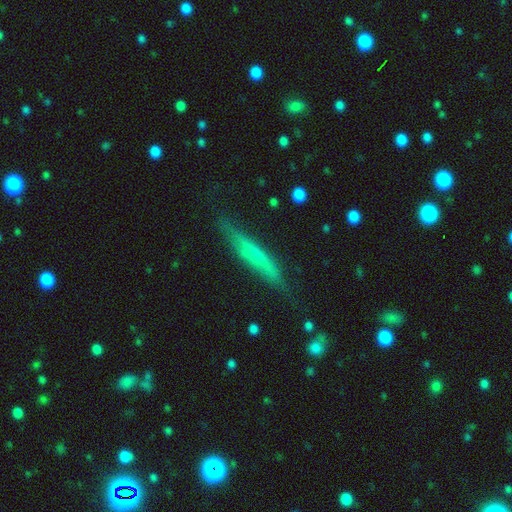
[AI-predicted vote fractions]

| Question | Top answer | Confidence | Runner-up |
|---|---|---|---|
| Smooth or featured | featured or disk | 53% | smooth (39%) |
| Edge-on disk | yes | 89% | no (11%) |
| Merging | none | 78% | minor disturbance (17%) |